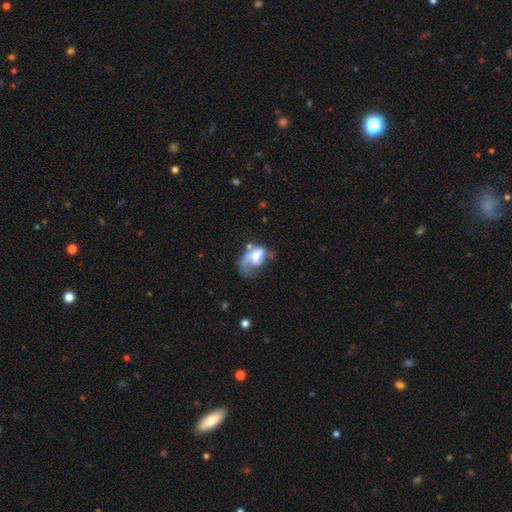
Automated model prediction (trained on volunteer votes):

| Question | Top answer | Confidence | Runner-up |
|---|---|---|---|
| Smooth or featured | featured or disk | 58% | smooth (34%) |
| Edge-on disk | no | 96% | yes (4%) |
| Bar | no | 57% | weak (32%) |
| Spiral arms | yes | 71% | no (29%) |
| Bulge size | moderate | 51% | large (23%) |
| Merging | major disturbance | 47% | none (24%) |